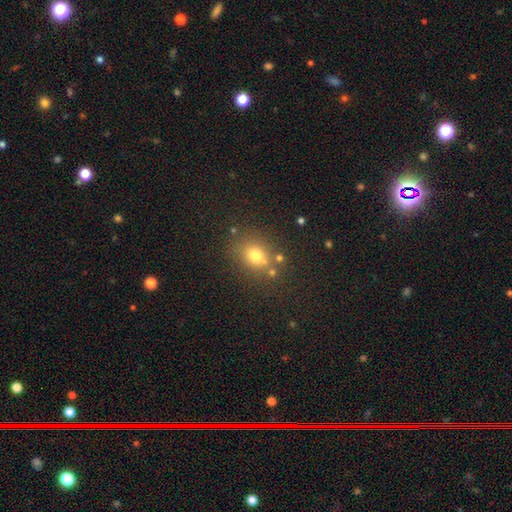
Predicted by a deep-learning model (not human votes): smooth 72%, star or artifact 17%, featured or disk 11%. Down the decision tree: how rounded — round (56%); merging — none (70%).